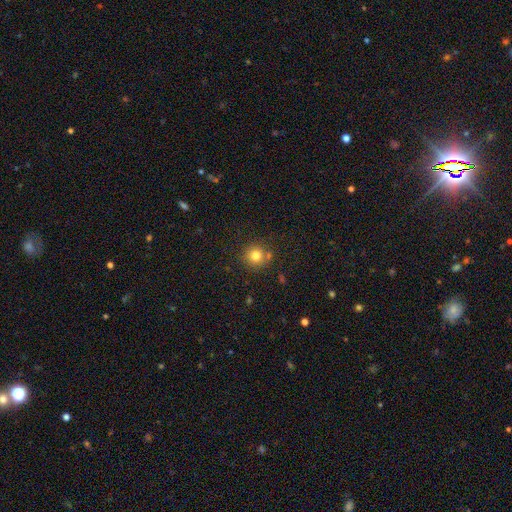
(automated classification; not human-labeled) Smooth or featured: smooth — 79% (star or artifact — 13%)
How rounded: round — 93% (in between — 6%)
Merging: none — 79% (minor disturbance — 10%)